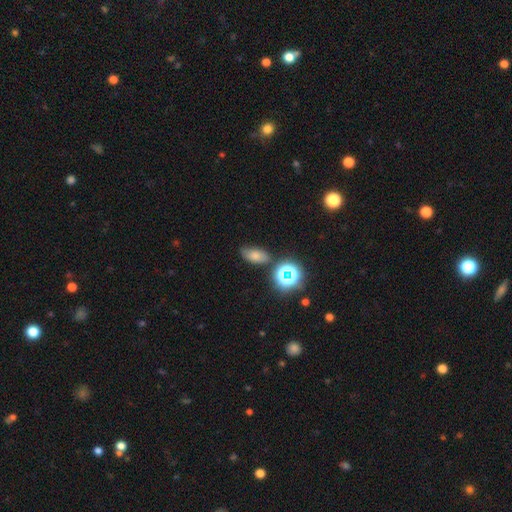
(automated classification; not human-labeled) Smooth or featured? Predicted: smooth (p=0.65). How rounded? Predicted: in between (p=0.85). Merging? Predicted: none (p=0.71).